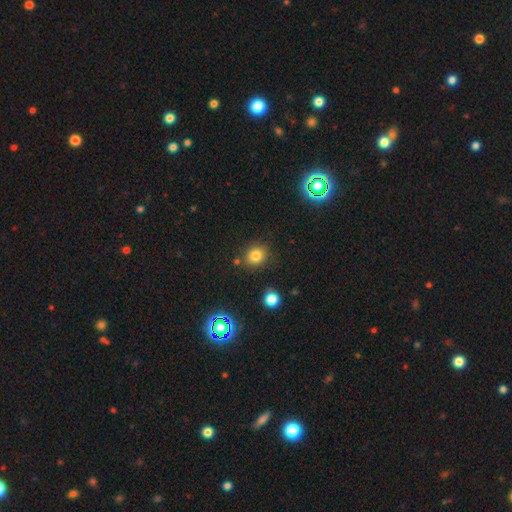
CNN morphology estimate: This is clearly a smooth galaxy (80%). How rounded: likely round (78%). Merging: clearly none (83%).